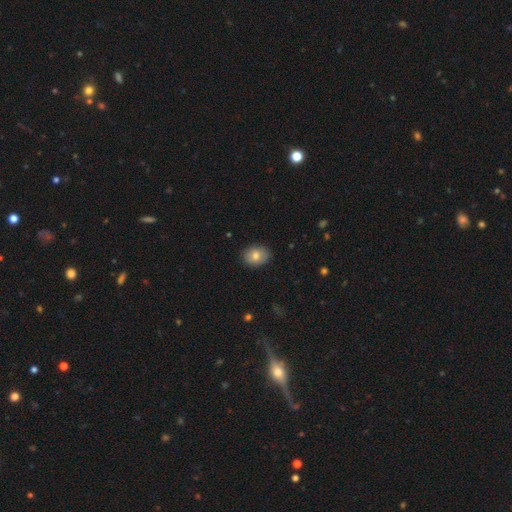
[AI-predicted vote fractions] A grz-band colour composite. It shows a smooth galaxy with no disk features (77%) that is in between round and cigar-shaped (59%). Merging: none (87%).